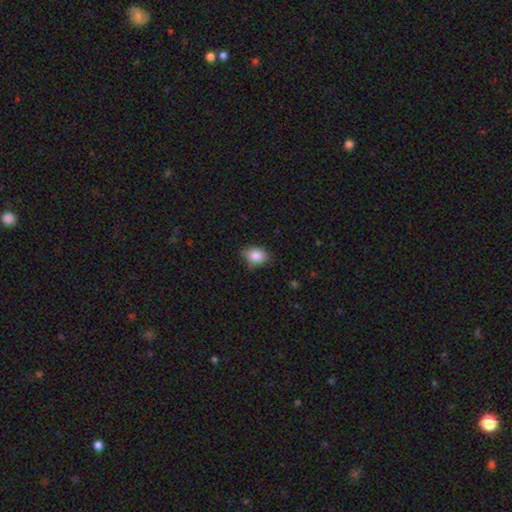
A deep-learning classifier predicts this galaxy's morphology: A smooth galaxy with no disk features (85%) that is in between round and cigar-shaped (65%).

Vote fractions:
- Smooth or featured? smooth: 85% / star or artifact: 9% / featured or disk: 6%
- How rounded? in between: 65% / round: 34% / cigar-shaped: 1%
- Merging? none: 67% / minor disturbance: 26% / major disturbance: 4% / merger: 2%